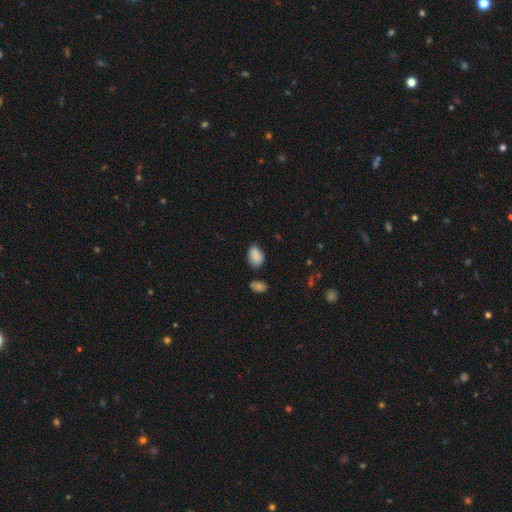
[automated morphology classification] This is clearly a smooth galaxy (87%). How rounded: clearly in between (86%). Merging: likely none (69%).